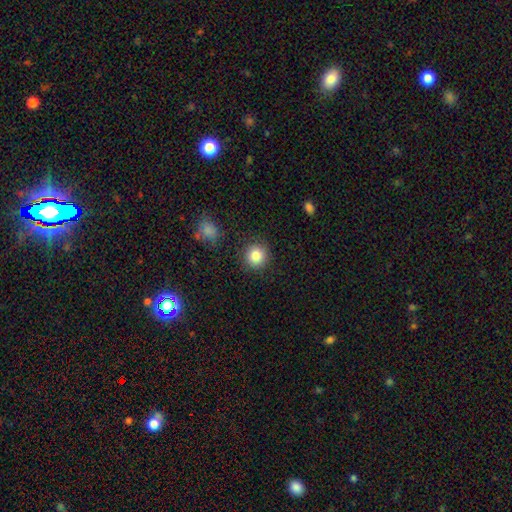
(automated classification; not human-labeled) Smooth or featured?
  - smooth: 84% *
  - star or artifact: 10%
  - featured or disk: 6%
How rounded?
  - round: 92% *
  - in between: 7%
  - cigar-shaped: 1%
Merging?
  - none: 89% *
  - minor disturbance: 7%
  - major disturbance: 2%
  - merger: 2%